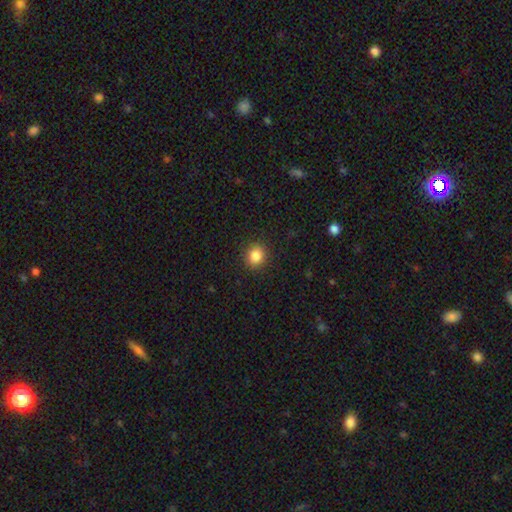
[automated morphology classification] type=smooth (85%); roundness=round (83%); merging=none (91%).